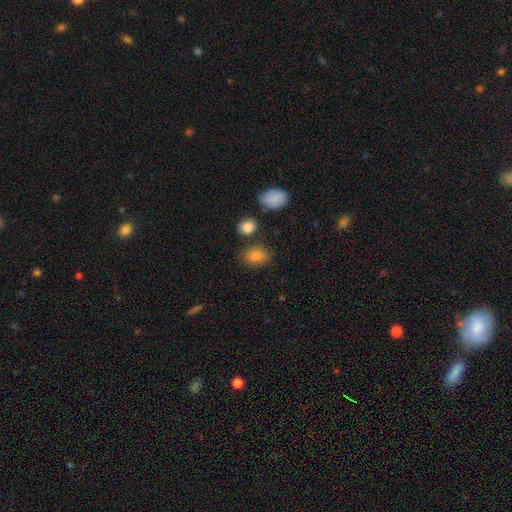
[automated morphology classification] Smooth or featured?
  - smooth: 82% *
  - star or artifact: 10%
  - featured or disk: 8%
How rounded?
  - in between: 70% *
  - round: 29%
  - cigar-shaped: 1%
Merging?
  - none: 77% *
  - minor disturbance: 14%
  - merger: 6%
  - major disturbance: 4%